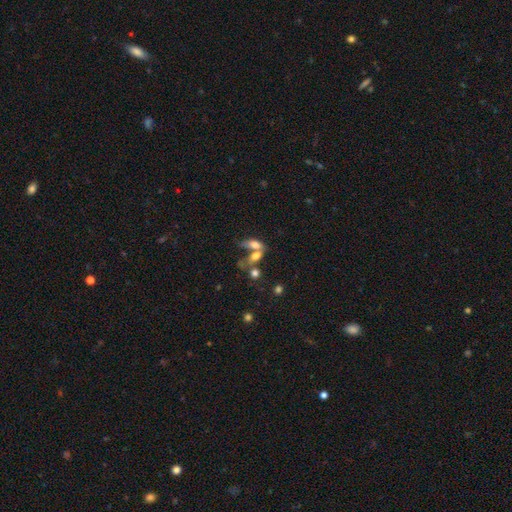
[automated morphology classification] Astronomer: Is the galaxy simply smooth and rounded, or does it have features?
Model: smooth — 62%.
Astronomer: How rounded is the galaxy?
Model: in between — 75%.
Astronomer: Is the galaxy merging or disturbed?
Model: merger — 55%.